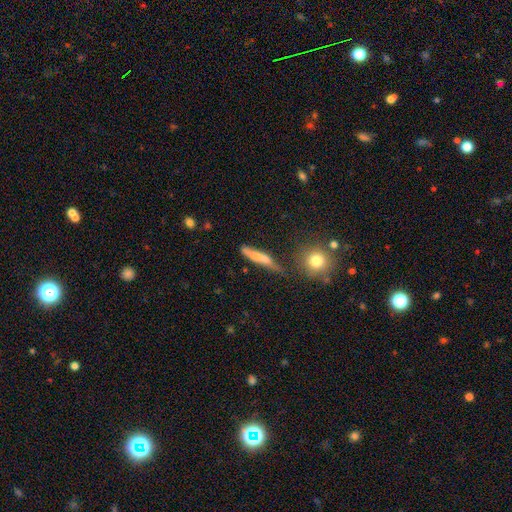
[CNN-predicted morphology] The model was most divided on "smooth or featured": smooth: 59%, featured or disk: 32%, star or artifact: 10%. More confident: how rounded — cigar-shaped (87%); merging — none (62%).